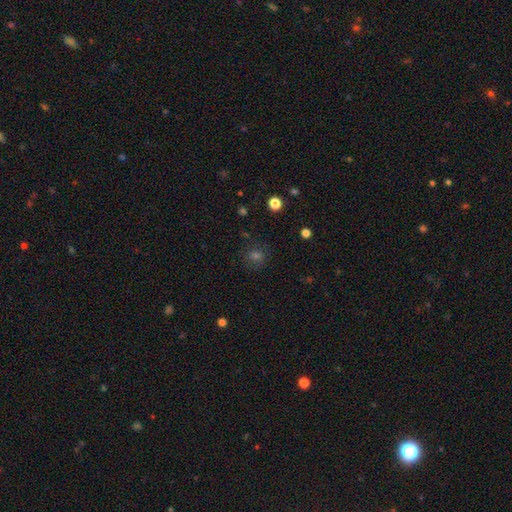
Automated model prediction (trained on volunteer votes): smooth-or-featured: smooth: 56% | star or artifact: 32% | featured or disk: 12%
  how-rounded: round: 82% | in between: 17% | cigar-shaped: 1%
  merging: none: 82% | minor disturbance: 11% | major disturbance: 5% | merger: 2%